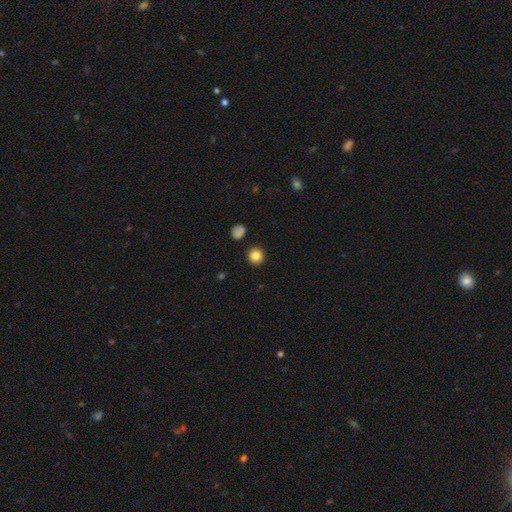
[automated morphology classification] smooth 85%, star or artifact 10%, featured or disk 5%. Down the decision tree: how rounded — round (94%); merging — none (91%).